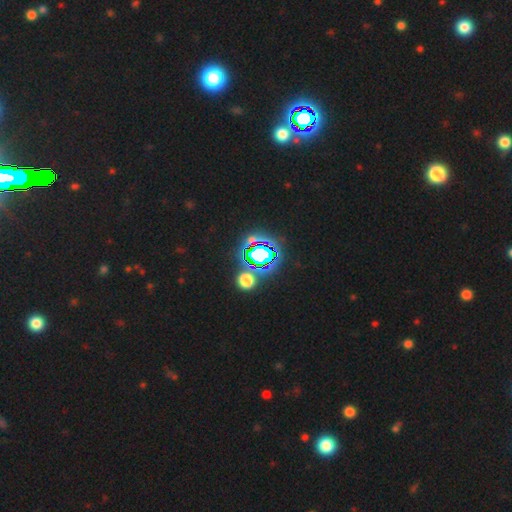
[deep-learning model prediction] Smooth or featured?
  - star or artifact: 72% *
  - smooth: 19%
  - featured or disk: 9%